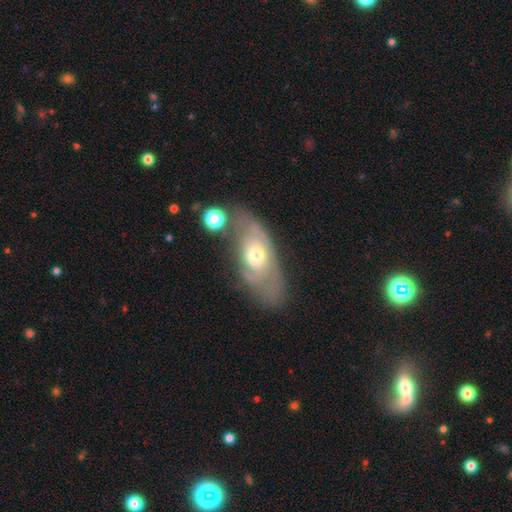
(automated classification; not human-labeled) Q: Smooth or featured?
A: featured or disk (62%); runner-up: smooth (30%)
Q: Edge-on disk?
A: no (86%); runner-up: yes (14%)
Q: Bar?
A: no (80%); runner-up: weak (16%)
Q: Spiral arms?
A: yes (53%); runner-up: no (47%)
Q: Bulge size?
A: moderate (56%); runner-up: small (36%)
Q: Merging?
A: none (57%); runner-up: minor disturbance (22%)